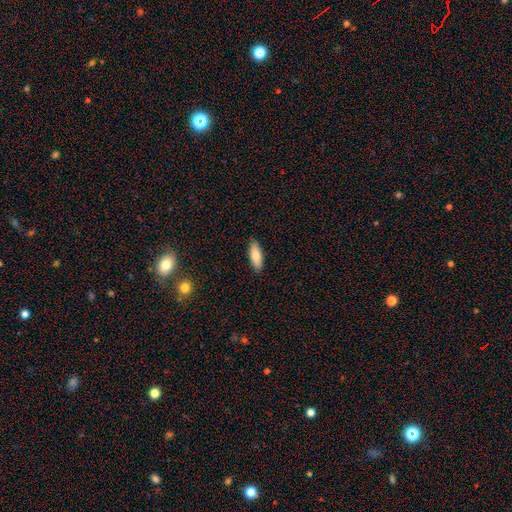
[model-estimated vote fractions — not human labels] Smooth or featured?
  - smooth: 77% *
  - featured or disk: 16%
  - star or artifact: 6%
How rounded?
  - in between: 71% *
  - cigar-shaped: 27%
  - round: 2%
Merging?
  - none: 88% *
  - minor disturbance: 9%
  - major disturbance: 2%
  - merger: 1%